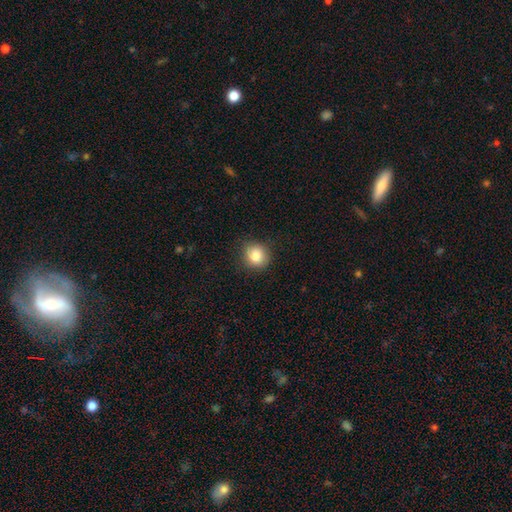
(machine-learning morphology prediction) smooth_or_featured: smooth (p=0.84) [alt: star or artifact p=0.10]
how_rounded: round (p=0.86) [alt: in between p=0.13]
merging: none (p=0.87) [alt: minor disturbance p=0.10]